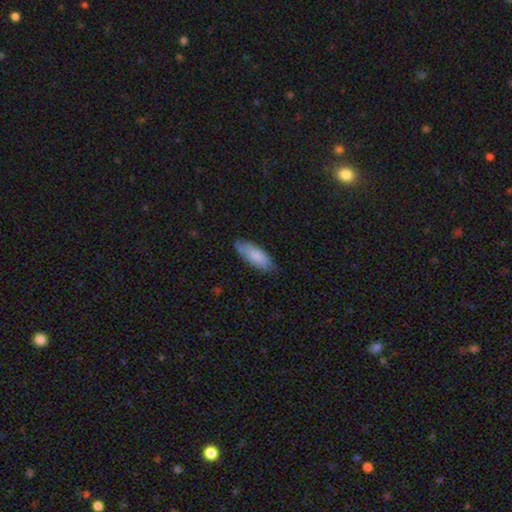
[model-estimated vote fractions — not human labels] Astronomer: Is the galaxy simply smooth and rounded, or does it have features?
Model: smooth — 81%.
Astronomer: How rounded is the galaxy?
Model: in between — 74%.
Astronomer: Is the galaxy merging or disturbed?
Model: none — 74%.